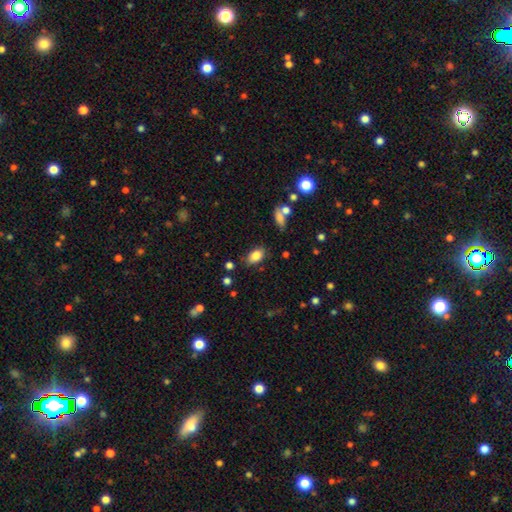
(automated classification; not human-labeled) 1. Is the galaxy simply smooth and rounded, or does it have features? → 85% smooth, 9% star or artifact, 7% featured or disk.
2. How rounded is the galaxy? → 89% in between, 8% round, 2% cigar-shaped.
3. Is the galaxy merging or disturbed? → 80% none, 13% minor disturbance, 4% major disturbance, 3% merger.